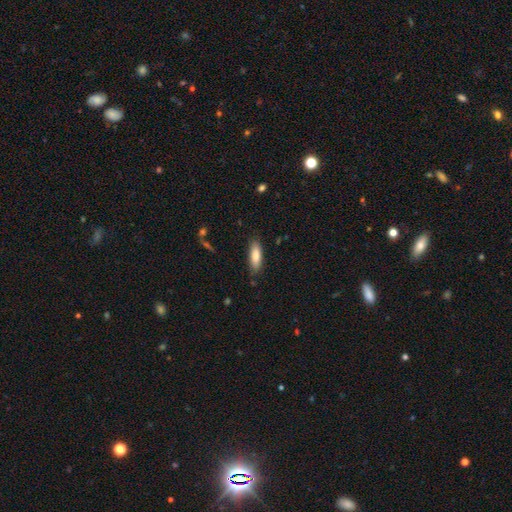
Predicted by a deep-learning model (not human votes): Smooth or featured: smooth — 82% (featured or disk — 12%)
How rounded: in between — 53% (cigar-shaped — 46%)
Merging: none — 84% (minor disturbance — 12%)